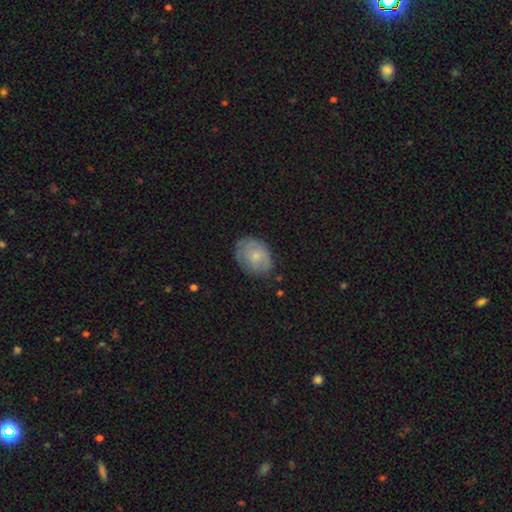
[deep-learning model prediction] Smooth or featured? Predicted: smooth (p=0.62). How rounded? Predicted: in between (p=0.67). Merging? Predicted: none (p=0.69).